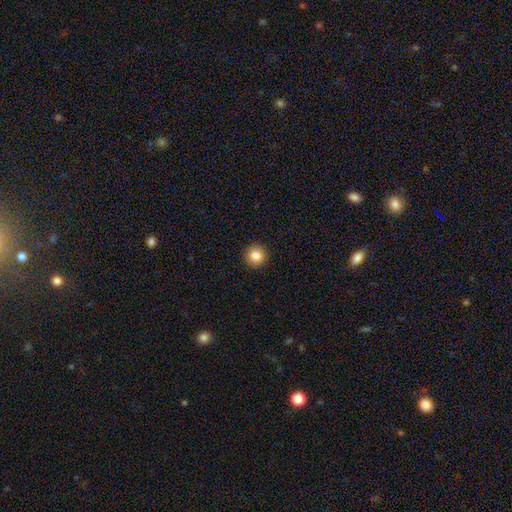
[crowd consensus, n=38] smooth 84%, featured or disk 8%, star or artifact 8%. Down the decision tree: how rounded — round (97%); merging — none (97%).